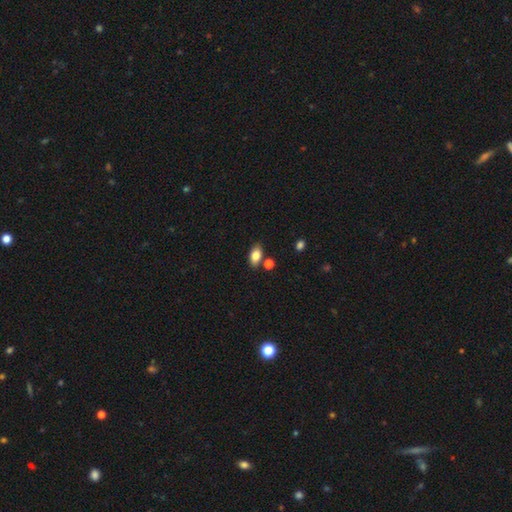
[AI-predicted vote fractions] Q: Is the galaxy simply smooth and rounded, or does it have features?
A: smooth — 83%.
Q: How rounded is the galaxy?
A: in between — 88%.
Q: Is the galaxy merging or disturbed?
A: none — 76%.